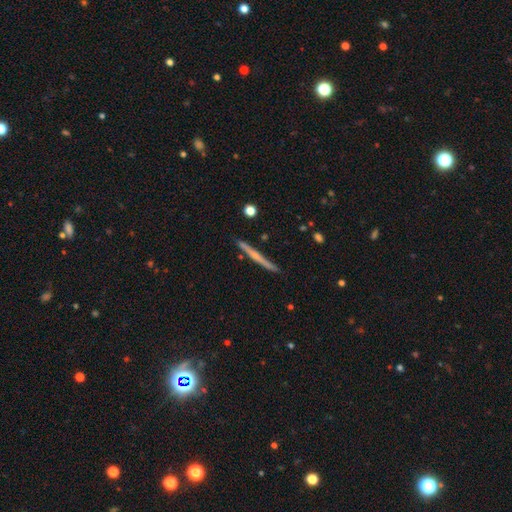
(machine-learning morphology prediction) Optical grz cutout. It shows a featured or disk galaxy (58%) viewed edge-on (97%) with no central bulge (63%). Merging: none (89%).